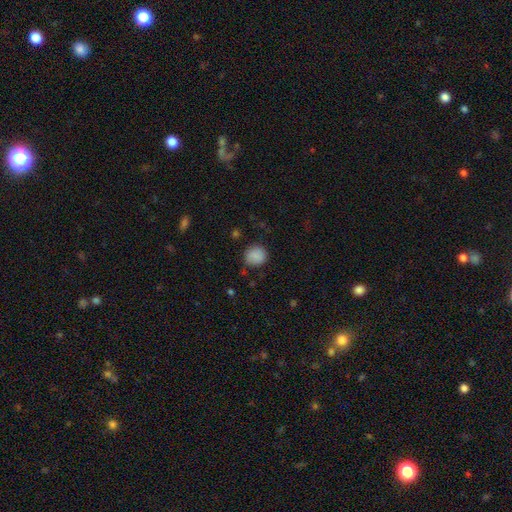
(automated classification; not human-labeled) The model was most divided on "merging": none: 81%, minor disturbance: 14%, major disturbance: 3%, merger: 2%. More confident: smooth or featured — smooth (87%); how rounded — round (86%).